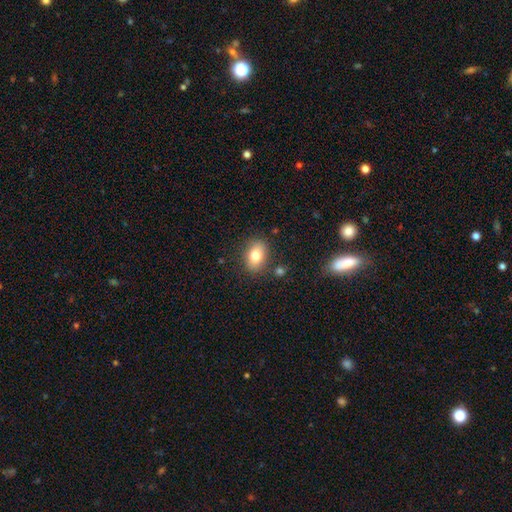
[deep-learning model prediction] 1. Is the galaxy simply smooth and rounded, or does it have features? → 79% smooth, 12% featured or disk, 9% star or artifact.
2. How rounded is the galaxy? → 78% in between, 21% round, 2% cigar-shaped.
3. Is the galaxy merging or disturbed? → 82% none, 11% minor disturbance, 4% merger, 3% major disturbance.